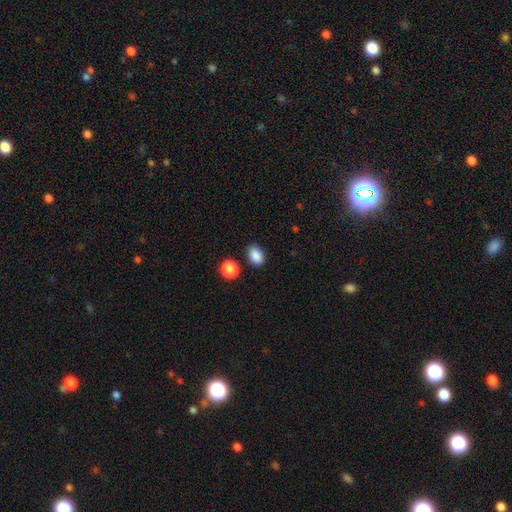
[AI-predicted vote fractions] This appears to be a smooth galaxy with no disk features (88%) that is in between round and cigar-shaped (81%). Merging: none (84%).